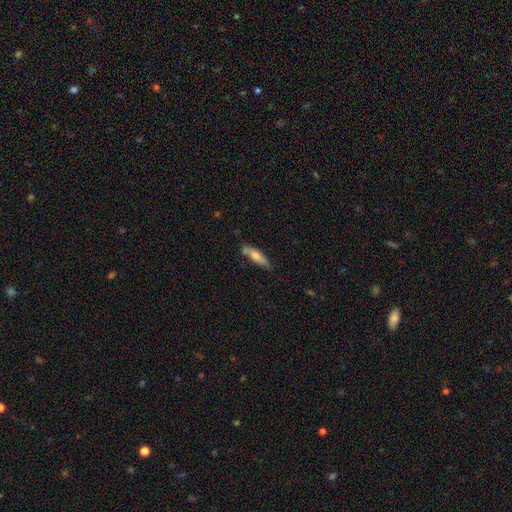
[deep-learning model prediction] smooth_or_featured: smooth (p=0.68) [alt: featured or disk p=0.26]
how_rounded: cigar-shaped (p=0.69) [alt: in between p=0.29]
merging: none (p=0.69) [alt: minor disturbance p=0.20]